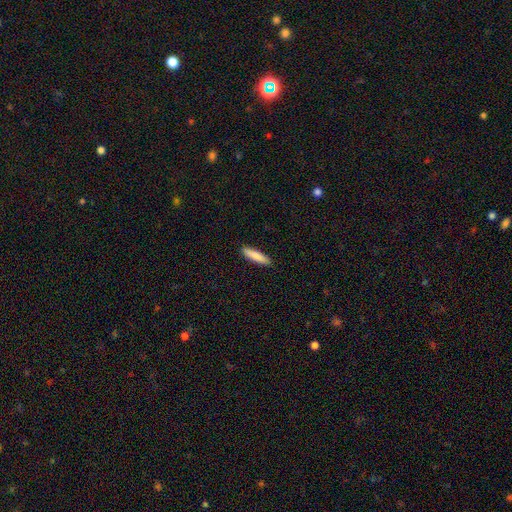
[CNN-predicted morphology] Smooth or featured: smooth — 84% (featured or disk — 10%)
How rounded: cigar-shaped — 82% (in between — 17%)
Merging: none — 90% (minor disturbance — 7%)